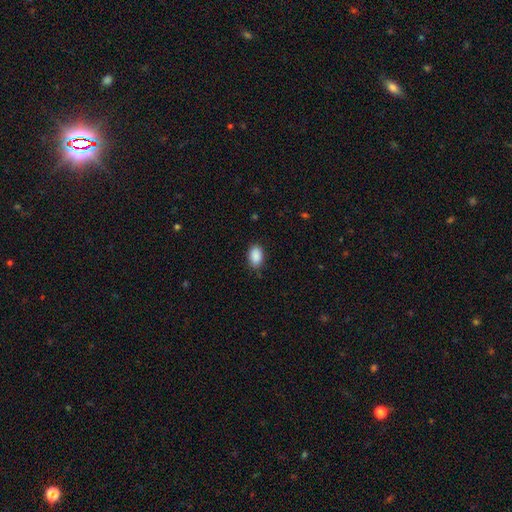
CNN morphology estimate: Q: Smooth or featured?
A: smooth (90%); runner-up: star or artifact (7%)
Q: How rounded?
A: in between (88%); runner-up: round (11%)
Q: Merging?
A: none (83%); runner-up: minor disturbance (14%)